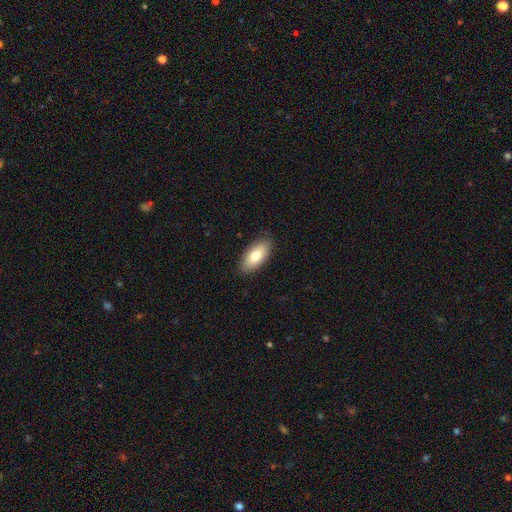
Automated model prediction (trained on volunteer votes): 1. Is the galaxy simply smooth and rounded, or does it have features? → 79% smooth, 14% featured or disk, 6% star or artifact.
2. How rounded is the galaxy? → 90% in between, 8% cigar-shaped, 2% round.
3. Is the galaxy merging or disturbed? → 87% none, 10% minor disturbance, 2% major disturbance, 1% merger.